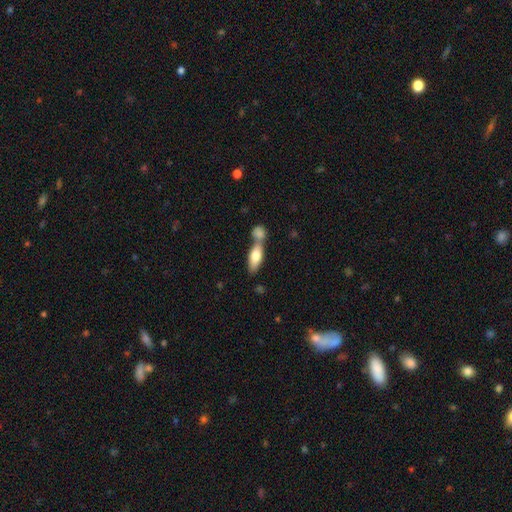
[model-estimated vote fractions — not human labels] This is likely a smooth galaxy (71%). How rounded: likely in between (67%). Merging: possibly merger (50%).